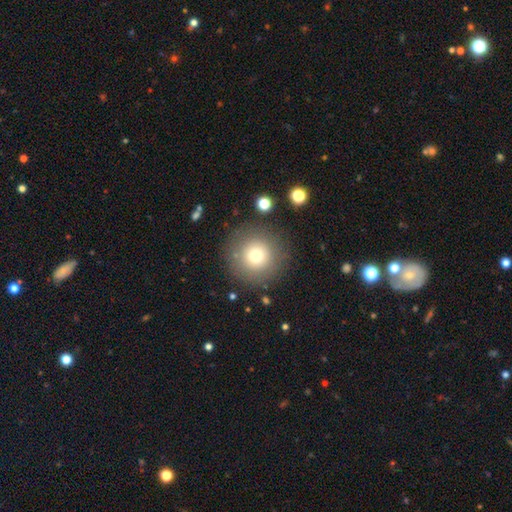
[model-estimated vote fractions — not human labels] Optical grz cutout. It shows a smooth galaxy with no disk features (74%) that is round (96%). Merging: none (86%).